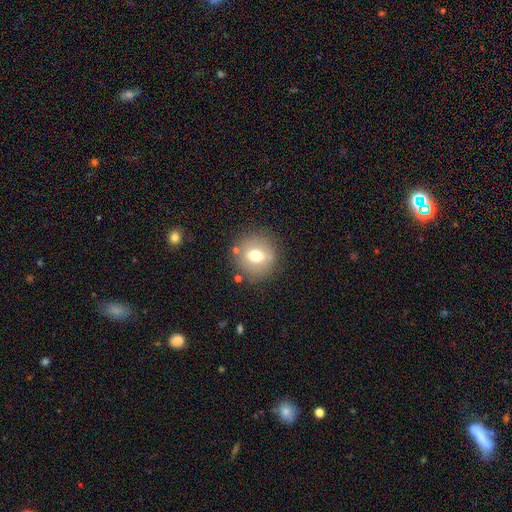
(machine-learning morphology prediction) Smooth or featured? Predicted: smooth (p=0.62). How rounded? Predicted: round (p=0.88). Merging? Predicted: none (p=0.83).